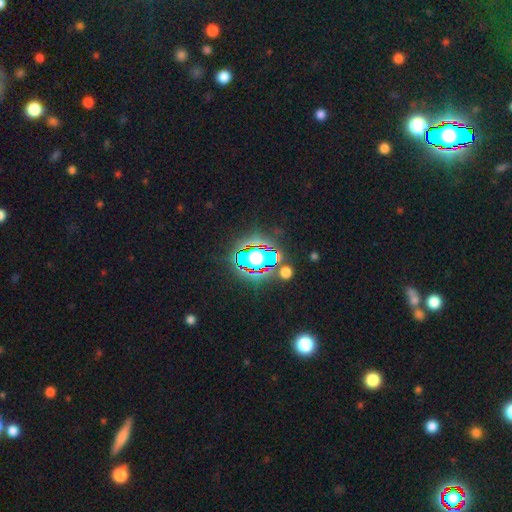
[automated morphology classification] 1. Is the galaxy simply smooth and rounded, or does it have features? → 83% star or artifact, 11% smooth, 7% featured or disk.